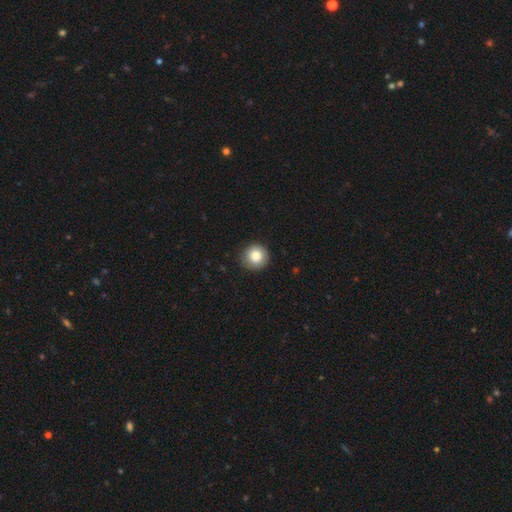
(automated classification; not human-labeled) Overall: smooth (84%). How rounded: round (95%). Merging: none (88%).